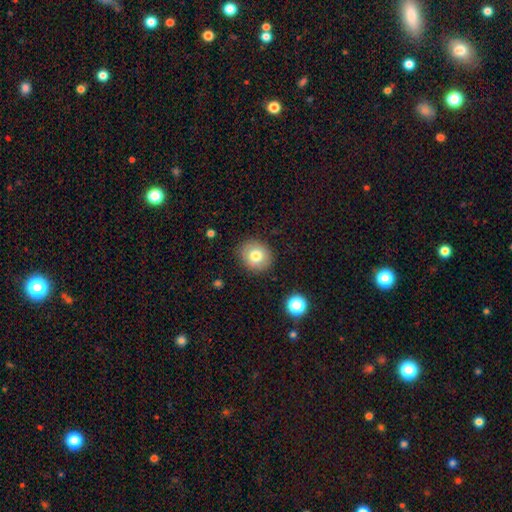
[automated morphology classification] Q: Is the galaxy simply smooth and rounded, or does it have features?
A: smooth — 77%.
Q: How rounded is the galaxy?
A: round — 75%.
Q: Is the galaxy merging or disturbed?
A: none — 88%.